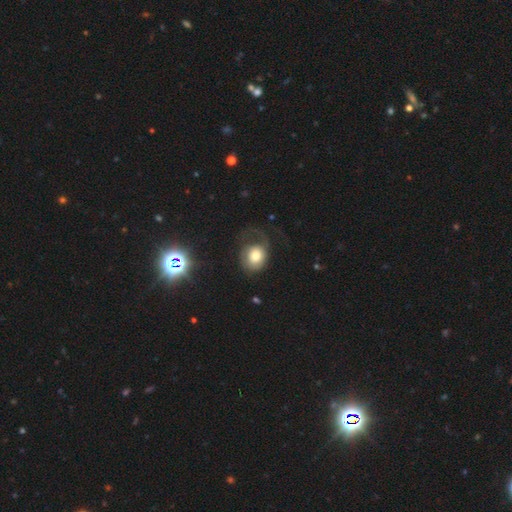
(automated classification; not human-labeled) Overall: smooth (61%; featured or disk 28%). How rounded: round (64%; in between 35%). Merging: major disturbance (42%; none 35%).